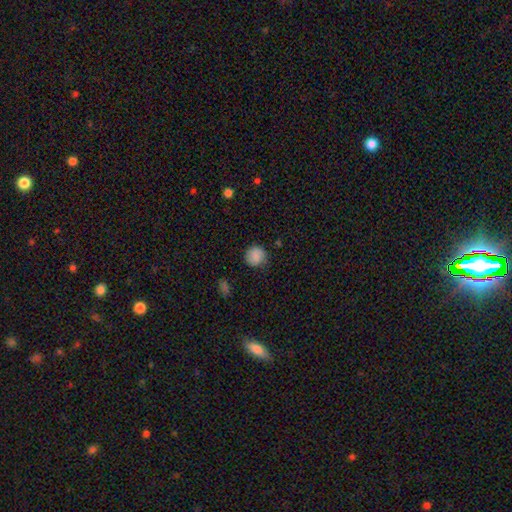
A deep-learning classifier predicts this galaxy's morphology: type=smooth (84%); roundness=round (89%); merging=none (81%).